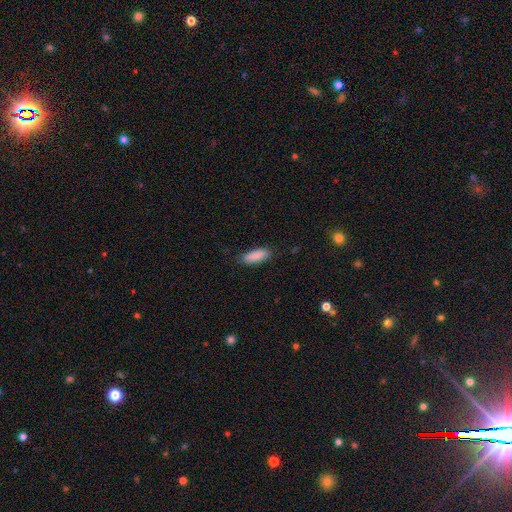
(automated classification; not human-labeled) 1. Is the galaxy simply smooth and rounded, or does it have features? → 89% smooth, 6% star or artifact, 5% featured or disk.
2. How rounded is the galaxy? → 64% in between, 34% cigar-shaped, 2% round.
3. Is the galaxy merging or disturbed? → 85% none, 12% minor disturbance, 2% major disturbance, 1% merger.